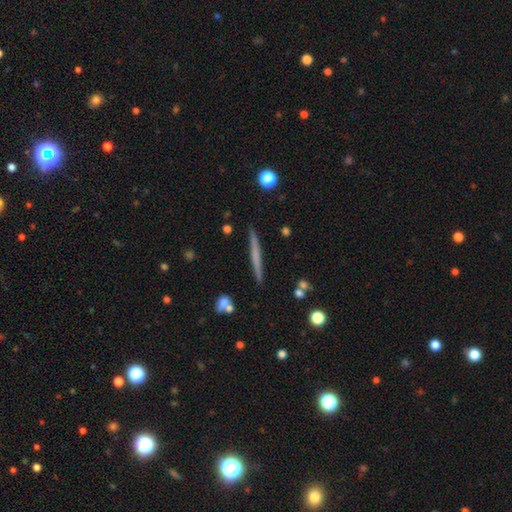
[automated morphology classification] Q: Smooth or featured?
A: smooth (48%); runner-up: featured or disk (46%)
Q: Merging?
A: none (90%); runner-up: minor disturbance (6%)